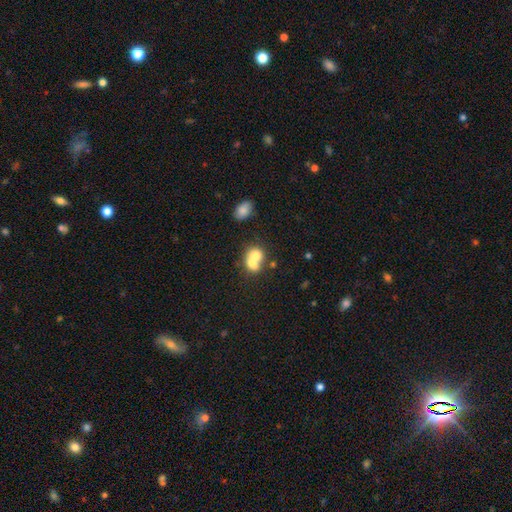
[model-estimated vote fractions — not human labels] Smooth or featured? smooth (69%)
How rounded? round (55%)
Merging? merger (71%)